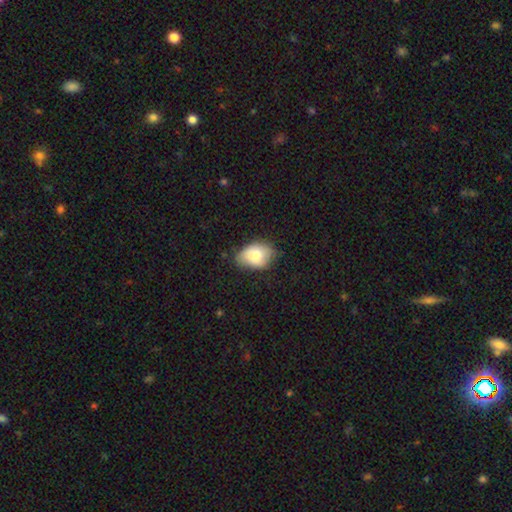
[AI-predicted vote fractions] smooth-or-featured: smooth: 78% | featured or disk: 15% | star or artifact: 7%
  how-rounded: in between: 80% | round: 19% | cigar-shaped: 1%
  merging: none: 61% | minor disturbance: 32% | major disturbance: 6% | merger: 1%